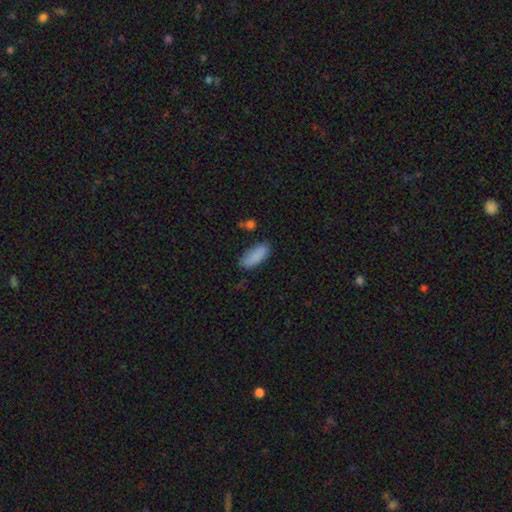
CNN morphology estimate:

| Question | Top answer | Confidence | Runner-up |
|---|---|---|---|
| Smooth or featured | smooth | 88% | star or artifact (7%) |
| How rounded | in between | 78% | cigar-shaped (20%) |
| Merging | none | 75% | minor disturbance (18%) |